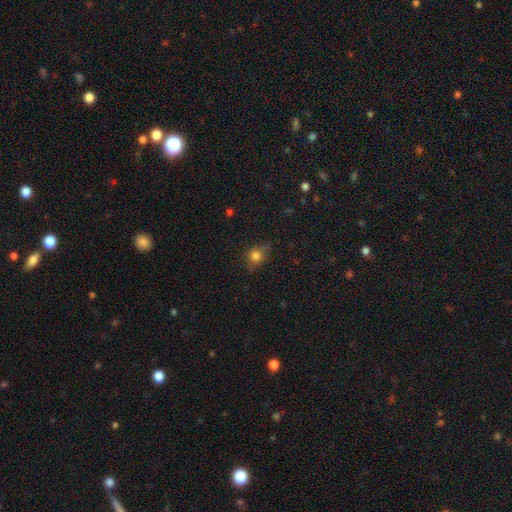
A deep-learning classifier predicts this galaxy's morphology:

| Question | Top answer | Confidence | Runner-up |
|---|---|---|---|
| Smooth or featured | smooth | 77% | star or artifact (13%) |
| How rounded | round | 69% | in between (28%) |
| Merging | none | 66% | minor disturbance (25%) |